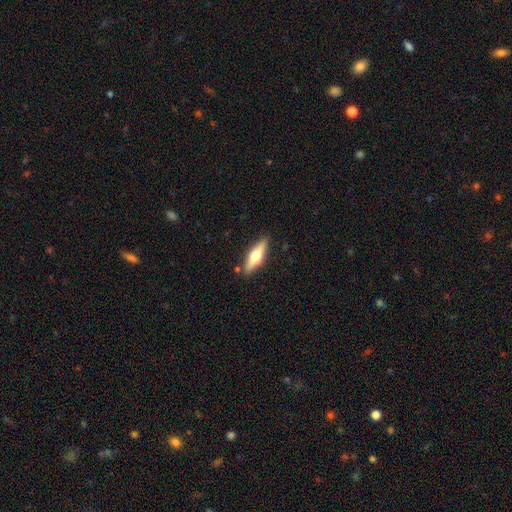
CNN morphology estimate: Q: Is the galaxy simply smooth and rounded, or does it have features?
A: featured or disk — 47%, tied with smooth.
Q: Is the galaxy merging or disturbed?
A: none — 85%.